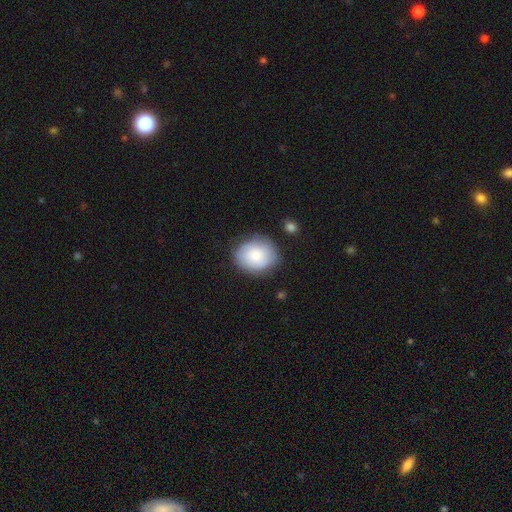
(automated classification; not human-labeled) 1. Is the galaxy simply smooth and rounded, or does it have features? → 77% smooth, 16% featured or disk, 7% star or artifact.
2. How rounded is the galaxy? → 62% round, 37% in between, 1% cigar-shaped.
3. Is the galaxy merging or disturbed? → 75% none, 17% minor disturbance, 5% major disturbance, 2% merger.